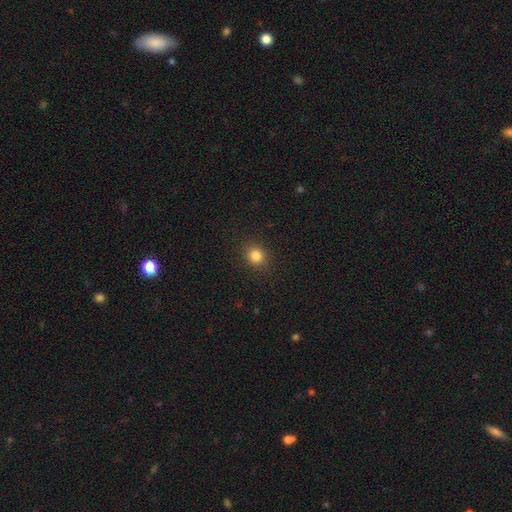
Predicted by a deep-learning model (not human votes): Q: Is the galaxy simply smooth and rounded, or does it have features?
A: smooth — 83%.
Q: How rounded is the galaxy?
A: round — 80%.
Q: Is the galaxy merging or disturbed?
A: none — 90%.